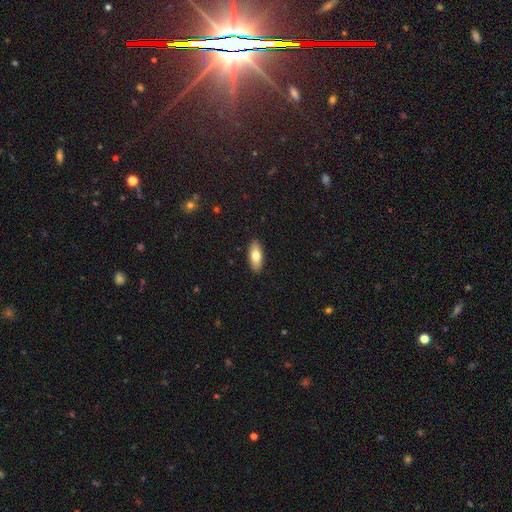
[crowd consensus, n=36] smooth_or_featured: smooth (p=0.78) [alt: featured or disk p=0.19]
how_rounded: in between (p=0.54) [alt: cigar-shaped p=0.43]
merging: none (p=0.91) [alt: minor disturbance p=0.03]